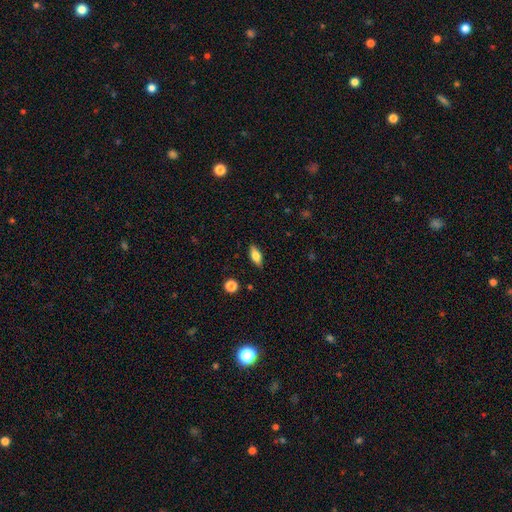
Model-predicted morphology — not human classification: Q: Smooth or featured?
A: smooth (71%); runner-up: featured or disk (21%)
Q: How rounded?
A: in between (77%); runner-up: cigar-shaped (19%)
Q: Merging?
A: none (86%); runner-up: minor disturbance (10%)